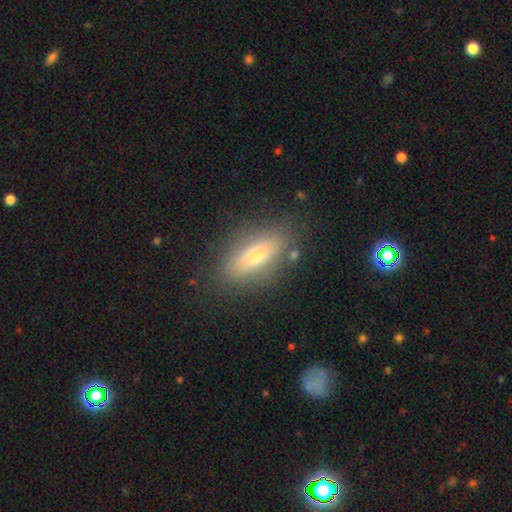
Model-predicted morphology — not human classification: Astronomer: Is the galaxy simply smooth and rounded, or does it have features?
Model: smooth — 62%.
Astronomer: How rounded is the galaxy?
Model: in between — 64%.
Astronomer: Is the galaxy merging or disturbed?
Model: none — 81%.